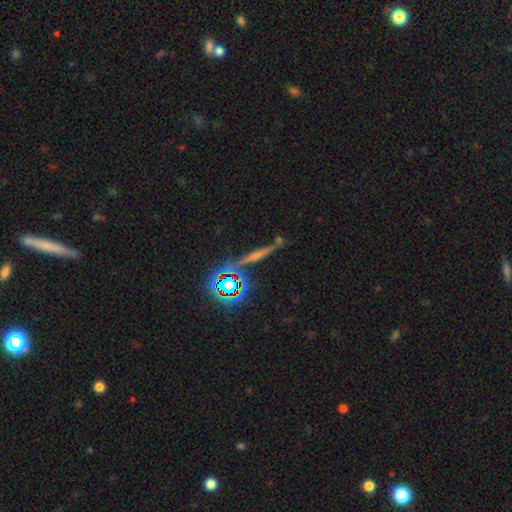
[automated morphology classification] This is possibly a featured or disk galaxy (48%). Merging: likely none (76%).